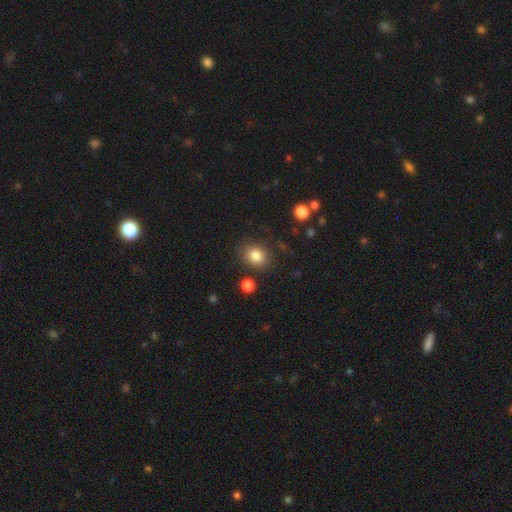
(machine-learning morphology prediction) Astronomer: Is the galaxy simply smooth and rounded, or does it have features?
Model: smooth — 84%.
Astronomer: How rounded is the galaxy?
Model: in between — 51% (runner-up: round, 48%).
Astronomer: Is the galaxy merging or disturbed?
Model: none — 80%.